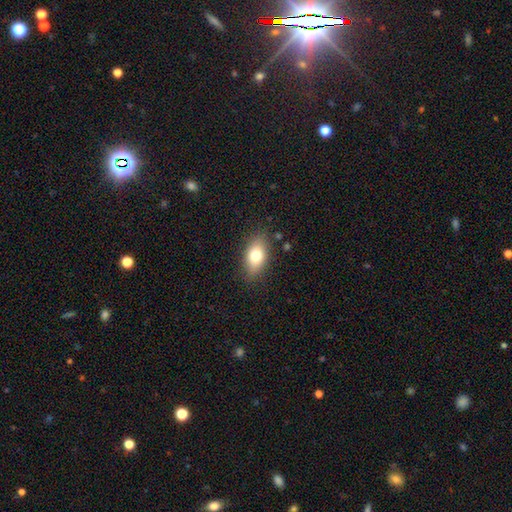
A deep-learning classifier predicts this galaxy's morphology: type=smooth (76%); roundness=in between (86%); merging=none (83%).